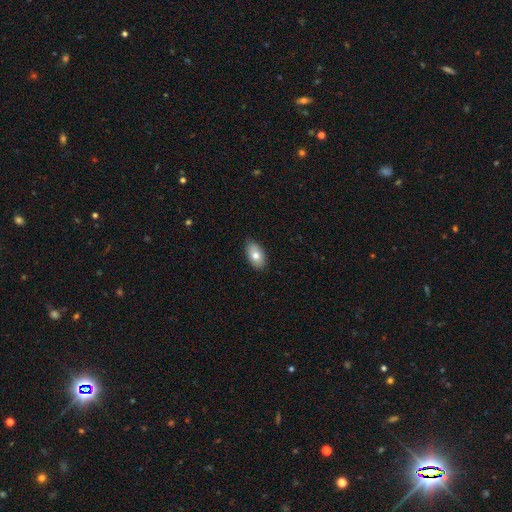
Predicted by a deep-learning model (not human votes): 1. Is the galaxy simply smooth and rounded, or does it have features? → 78% smooth, 15% featured or disk, 7% star or artifact.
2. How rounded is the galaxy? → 93% in between, 5% round, 2% cigar-shaped.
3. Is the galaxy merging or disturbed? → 87% none, 10% minor disturbance, 2% major disturbance, 1% merger.